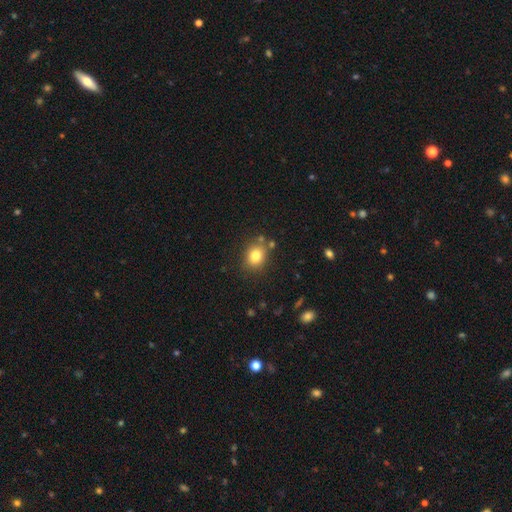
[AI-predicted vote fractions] smooth_or_featured: smooth (p=0.81) [alt: star or artifact p=0.11]
how_rounded: round (p=0.53) [alt: in between p=0.46]
merging: none (p=0.77) [alt: minor disturbance p=0.13]